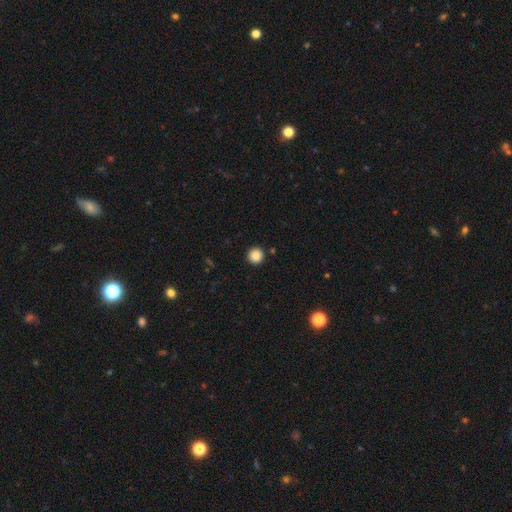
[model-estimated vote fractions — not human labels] smooth_or_featured: smooth (p=0.86) [alt: star or artifact p=0.10]
how_rounded: round (p=0.96) [alt: in between p=0.03]
merging: none (p=0.92) [alt: minor disturbance p=0.05]